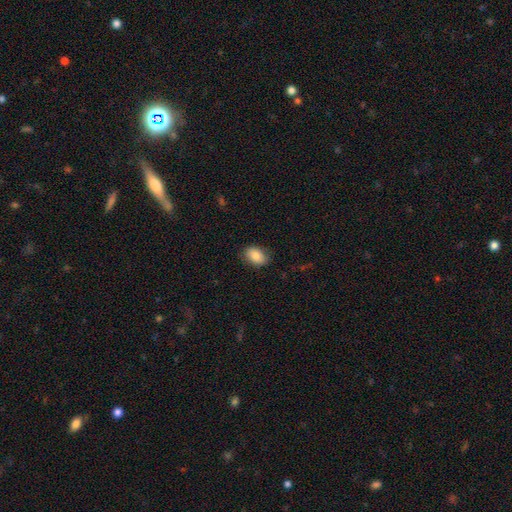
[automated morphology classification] smooth-or-featured: smooth: 86% | star or artifact: 7% | featured or disk: 7%
  how-rounded: in between: 83% | round: 16% | cigar-shaped: 1%
  merging: none: 83% | minor disturbance: 13% | major disturbance: 3% | merger: 1%